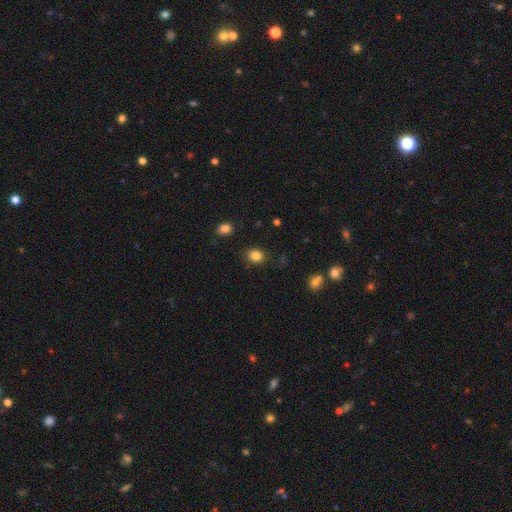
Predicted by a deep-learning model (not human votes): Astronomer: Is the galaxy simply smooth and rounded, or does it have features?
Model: smooth — 84%.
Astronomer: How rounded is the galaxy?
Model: round — 56% (runner-up: in between, 43%).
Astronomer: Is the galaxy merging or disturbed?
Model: none — 84%.